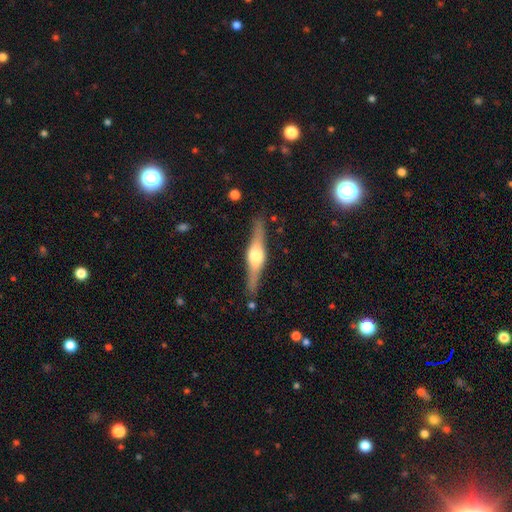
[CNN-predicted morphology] smooth_or_featured: featured or disk (p=0.75) [alt: smooth p=0.20]
disk_edge_on: yes (p=0.97) [alt: no p=0.03]
edge_on_bulge: rounded (p=0.93) [alt: boxy p=0.06]
merging: none (p=0.87) [alt: minor disturbance p=0.10]